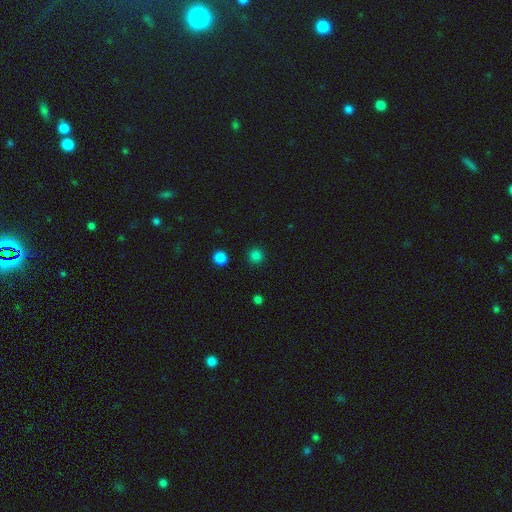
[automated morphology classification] Smooth or featured?
  - smooth: 82% *
  - star or artifact: 15%
  - featured or disk: 3%
How rounded?
  - round: 94% *
  - in between: 5%
  - cigar-shaped: 1%
Merging?
  - none: 92% *
  - minor disturbance: 5%
  - major disturbance: 2%
  - merger: 2%